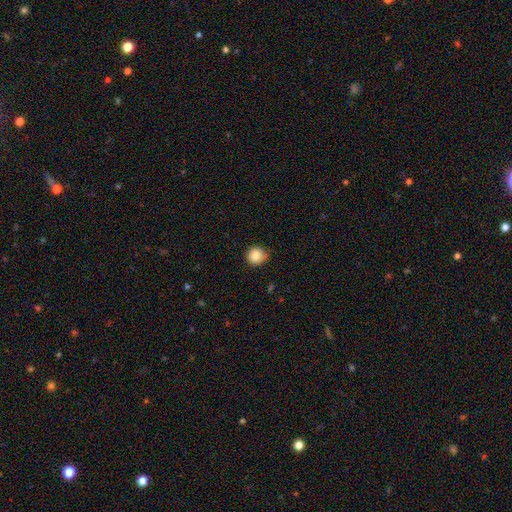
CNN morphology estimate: Smooth or featured? smooth (85%)
How rounded? round (88%)
Merging? none (78%)